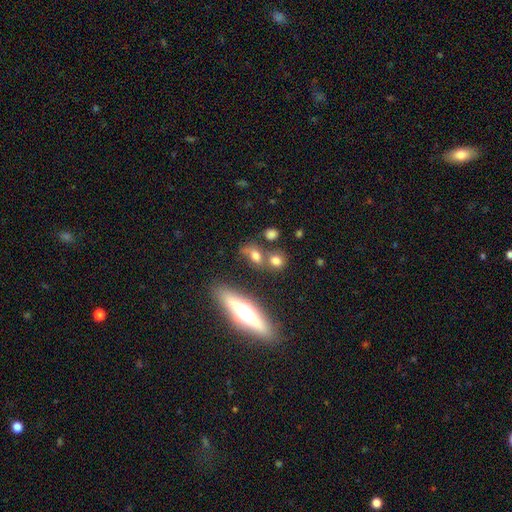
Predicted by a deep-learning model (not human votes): smooth 62%, featured or disk 21%, star or artifact 16%. Down the decision tree: how rounded — in between (55%); merging — none (53%).